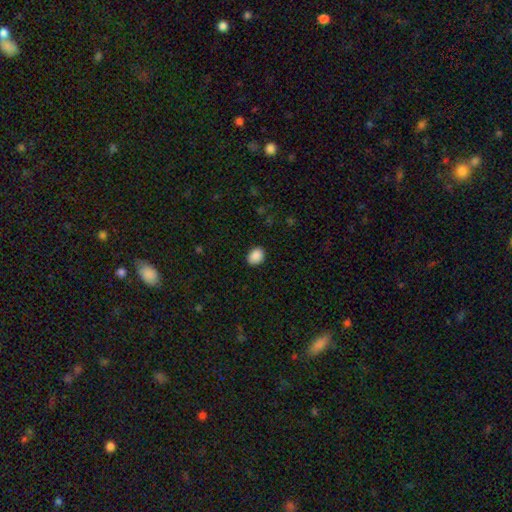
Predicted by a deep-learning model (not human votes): A smooth galaxy with no disk features (90%) that is in between round and cigar-shaped (61%). Merging: none (88%).